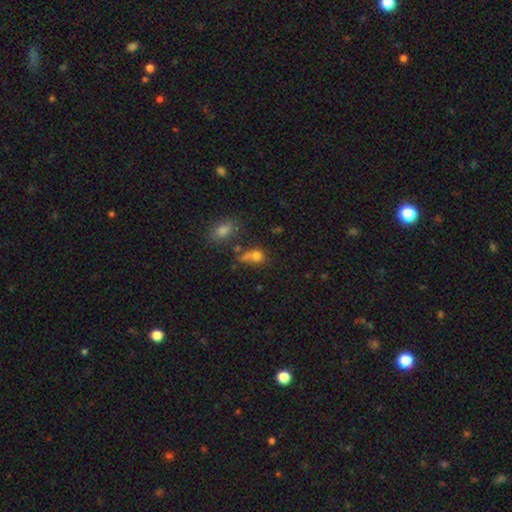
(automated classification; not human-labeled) This appears to be a smooth galaxy with no disk features (75%) that is round (62%). Merging: none (43%).